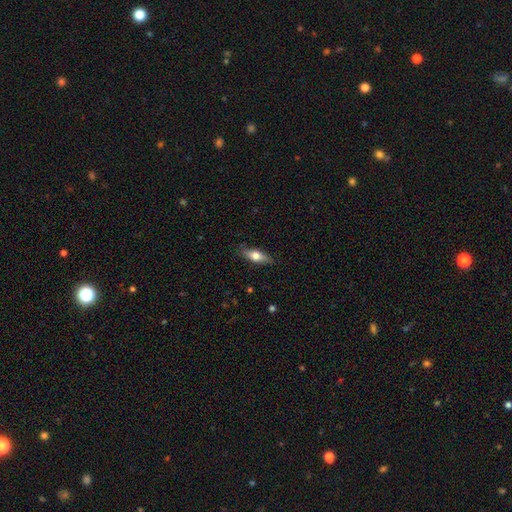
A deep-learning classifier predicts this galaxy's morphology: A smooth galaxy with no disk features (60%) that is in between round and cigar-shaped (56%).

Vote fractions:
- Smooth or featured? smooth: 60% / featured or disk: 33% / star or artifact: 6%
- How rounded? in between: 56% / cigar-shaped: 41% / round: 3%
- Merging? none: 85% / minor disturbance: 11% / major disturbance: 2% / merger: 1%